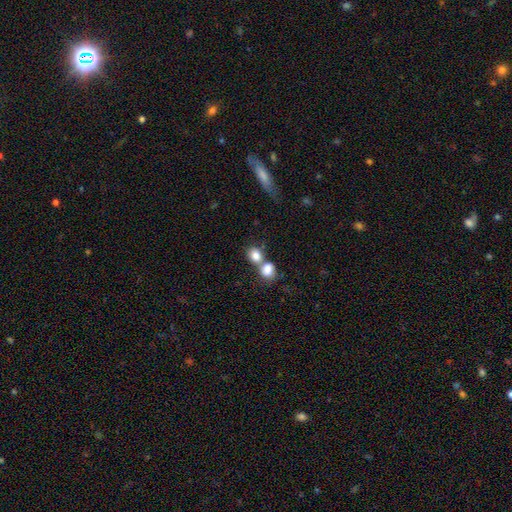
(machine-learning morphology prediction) smooth_or_featured: smooth (p=0.81) [alt: star or artifact p=0.09]
how_rounded: round (p=0.64) [alt: in between p=0.35]
merging: merger (p=0.56) [alt: none p=0.33]